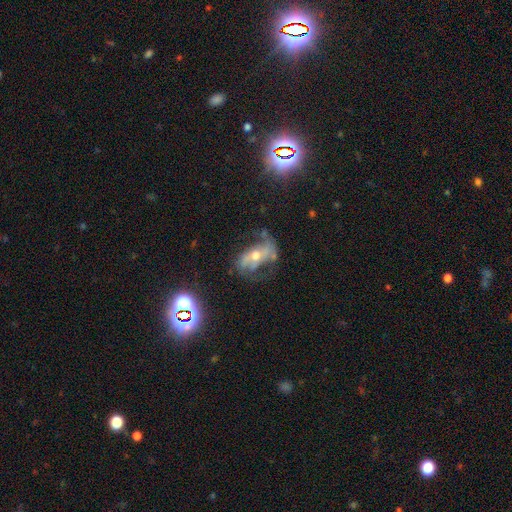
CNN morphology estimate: A featured or disk galaxy (72%) with no bar (45%), spiral arms (74%) and a moderate central bulge (63%).

Vote fractions:
- Smooth or featured? featured or disk: 72% / smooth: 15% / star or artifact: 14%
- Edge-on disk? no: 90% / yes: 10%
- Bar? no: 45% / weak: 28% / strong: 27%
- Spiral arms? yes: 74% / no: 26%
- Bulge size? moderate: 63% / small: 30% / large: 4% / none: 2% / dominant: 1%
- Merging? none: 49% / major disturbance: 23% / minor disturbance: 23% / merger: 4%